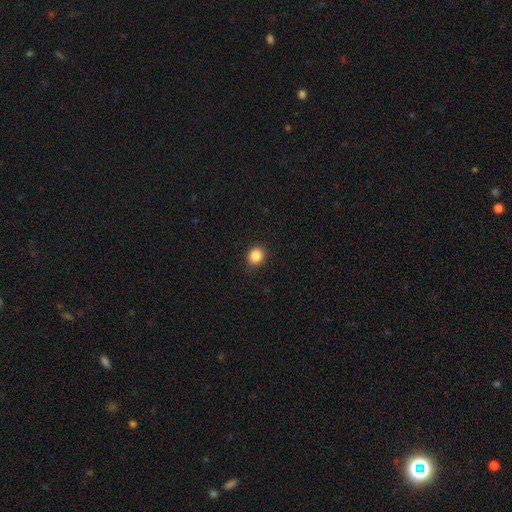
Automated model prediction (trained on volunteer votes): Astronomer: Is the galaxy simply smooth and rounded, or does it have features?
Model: smooth — 87%.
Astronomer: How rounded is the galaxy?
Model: round — 75%.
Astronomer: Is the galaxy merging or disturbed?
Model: none — 88%.